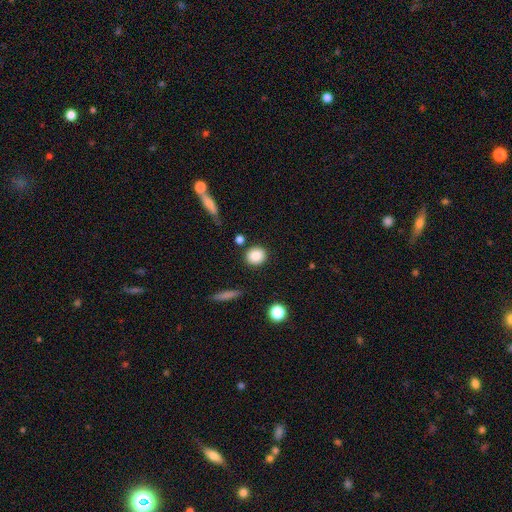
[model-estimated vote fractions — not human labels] smooth-or-featured: smooth: 86% | star or artifact: 9% | featured or disk: 5%
  how-rounded: round: 81% | in between: 17% | cigar-shaped: 2%
  merging: none: 86% | minor disturbance: 8% | merger: 3% | major disturbance: 2%